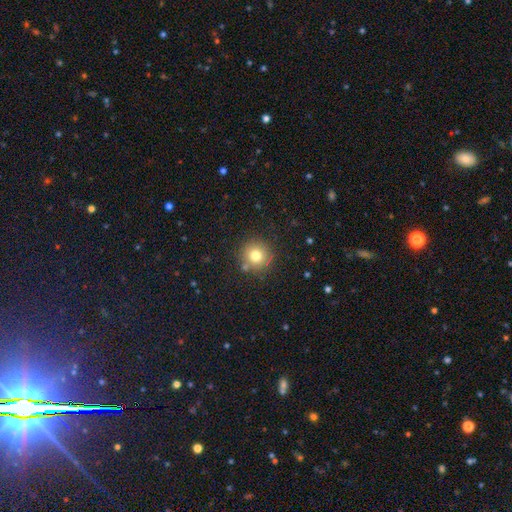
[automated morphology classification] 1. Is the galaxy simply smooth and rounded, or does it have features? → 75% smooth, 14% star or artifact, 11% featured or disk.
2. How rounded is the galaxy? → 94% round, 5% in between, 1% cigar-shaped.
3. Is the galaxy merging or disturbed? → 81% none, 10% minor disturbance, 6% merger, 3% major disturbance.